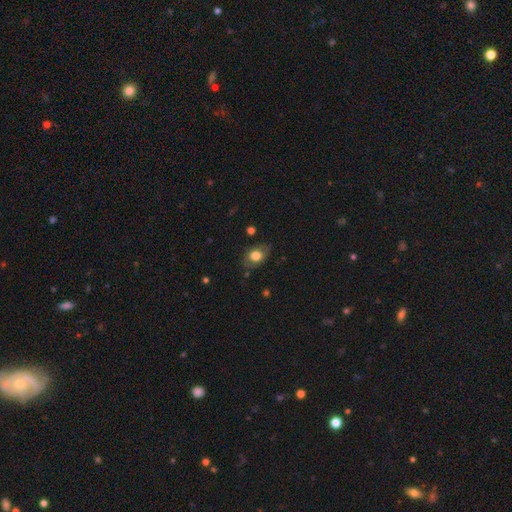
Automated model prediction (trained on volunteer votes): Smooth or featured? smooth (71%)
How rounded? in between (73%)
Merging? none (73%)